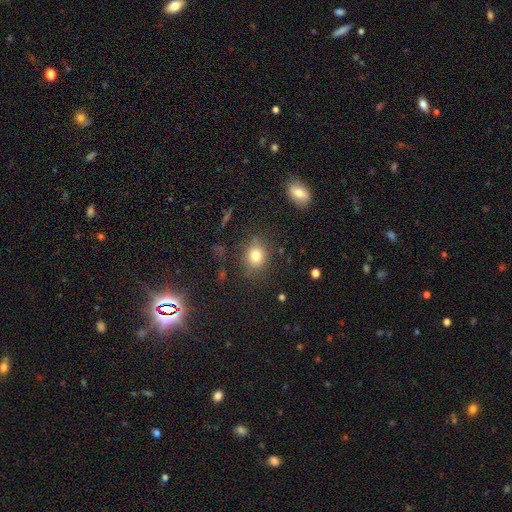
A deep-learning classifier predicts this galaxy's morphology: This is likely a smooth galaxy (78%). How rounded: likely round (66%). Merging: likely none (79%).